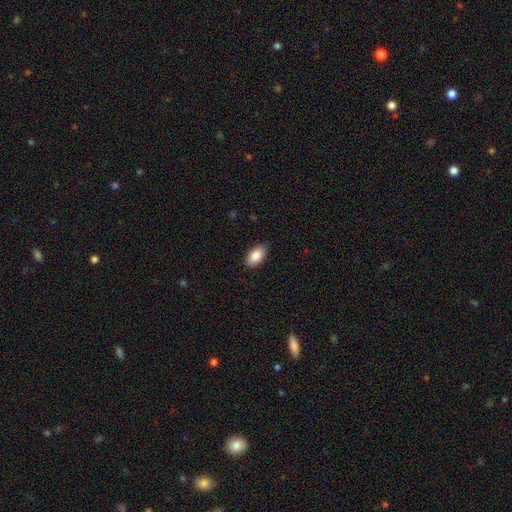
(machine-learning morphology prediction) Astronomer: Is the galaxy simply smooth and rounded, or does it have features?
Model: smooth — 86%.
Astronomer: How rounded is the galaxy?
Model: in between — 94%.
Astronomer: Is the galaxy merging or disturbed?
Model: none — 88%.